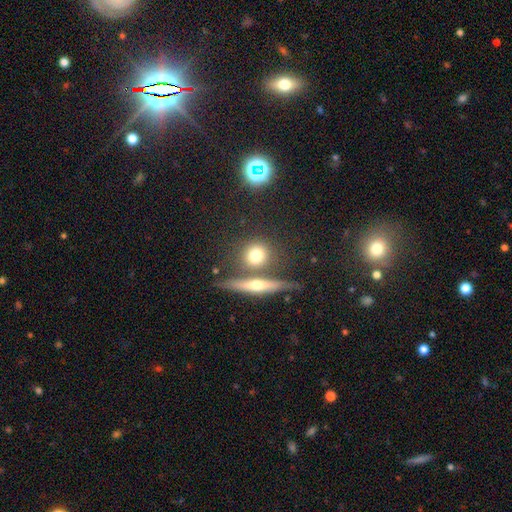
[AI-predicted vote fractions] The model was most divided on "merging": none: 66%, merger: 19%, minor disturbance: 10%, major disturbance: 5%. More confident: how rounded — round (79%); smooth or featured — smooth (70%).